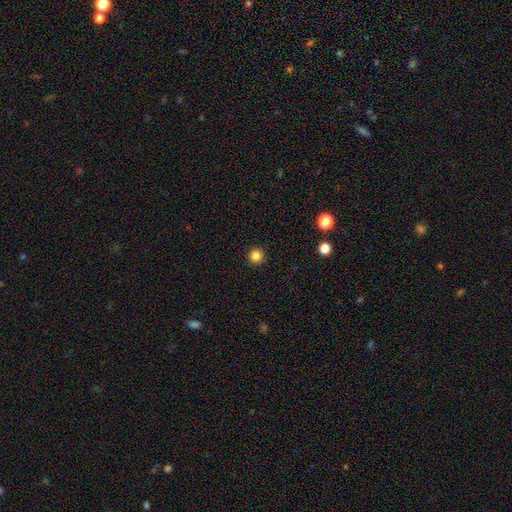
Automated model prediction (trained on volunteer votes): This is clearly a smooth galaxy (84%). How rounded: clearly round (96%). Merging: clearly none (93%).